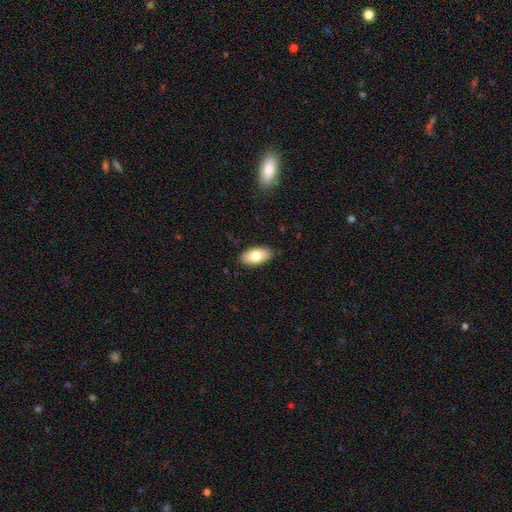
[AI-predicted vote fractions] Smooth or featured? Predicted: smooth (p=0.77). How rounded? Predicted: in between (p=0.93). Merging? Predicted: none (p=0.88).